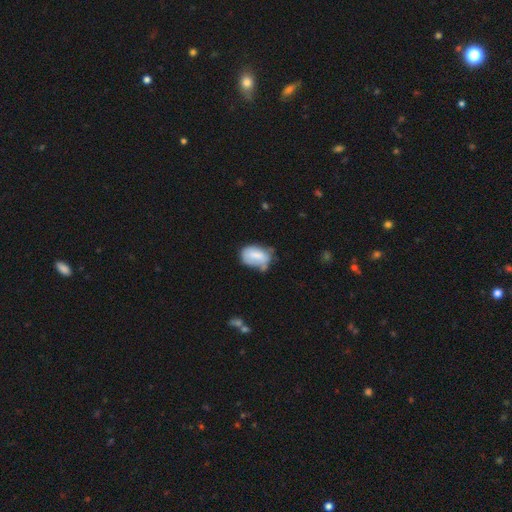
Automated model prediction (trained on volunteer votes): Smooth or featured?
  - smooth: 71% *
  - featured or disk: 22%
  - star or artifact: 8%
How rounded?
  - in between: 83% *
  - round: 16%
  - cigar-shaped: 2%
Merging?
  - minor disturbance: 40% *
  - none: 37%
  - major disturbance: 14%
  - merger: 8%